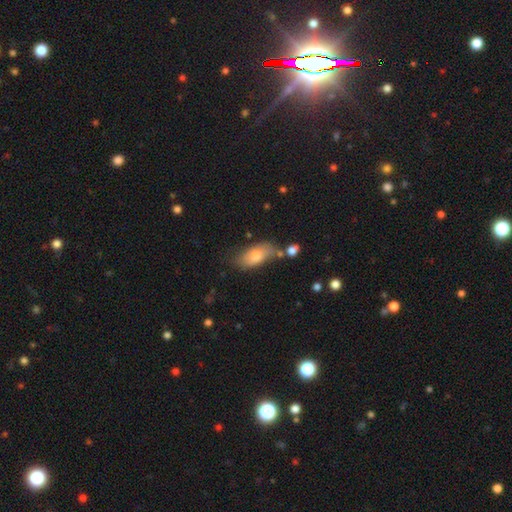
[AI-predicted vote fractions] The model was most divided on "merging": none: 61%, minor disturbance: 23%, merger: 9%, major disturbance: 7%. More confident: how rounded — in between (89%); smooth or featured — smooth (76%).